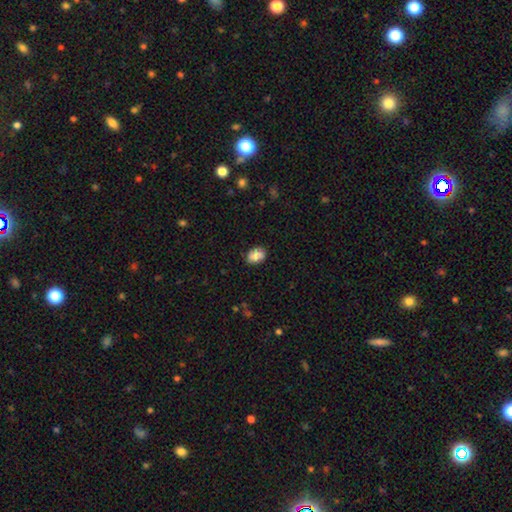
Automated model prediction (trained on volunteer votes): A smooth galaxy with no disk features (83%) that is in between round and cigar-shaped (76%).

Vote fractions:
- Smooth or featured? smooth: 83% / featured or disk: 9% / star or artifact: 8%
- How rounded? in between: 76% / round: 22% / cigar-shaped: 1%
- Merging? none: 82% / minor disturbance: 14% / major disturbance: 3% / merger: 1%